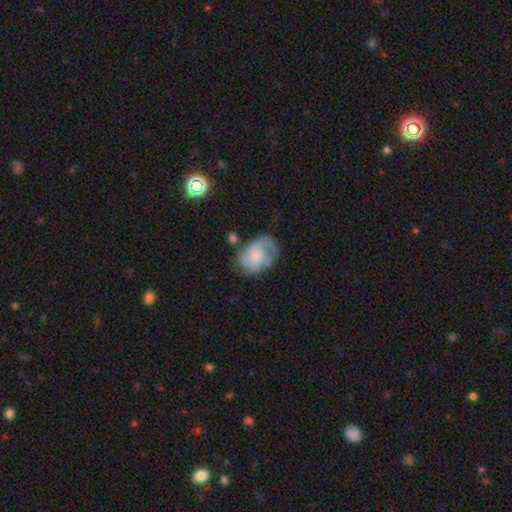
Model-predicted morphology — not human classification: smooth_or_featured: featured or disk (p=0.60) [alt: smooth p=0.33]
disk_edge_on: no (p=0.98) [alt: yes p=0.02]
bar: no (p=0.73) [alt: weak p=0.24]
has_spiral_arms: yes (p=0.84) [alt: no p=0.16]
bulge_size: small (p=0.34) [alt: none p=0.27]
merging: none (p=0.53) [alt: minor disturbance p=0.26]